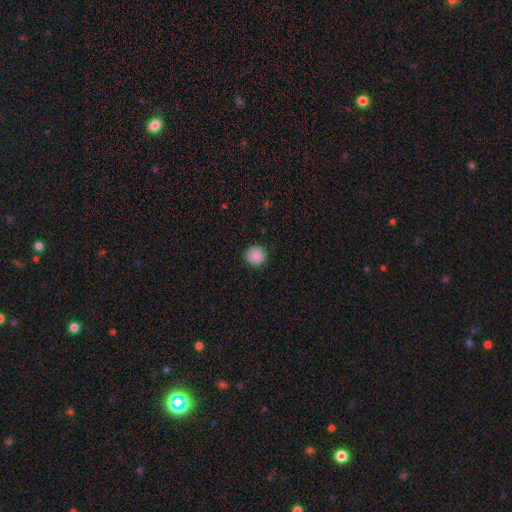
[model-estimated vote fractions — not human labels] This appears to be a smooth galaxy with no disk features (88%) that is round (93%). Merging: none (90%).